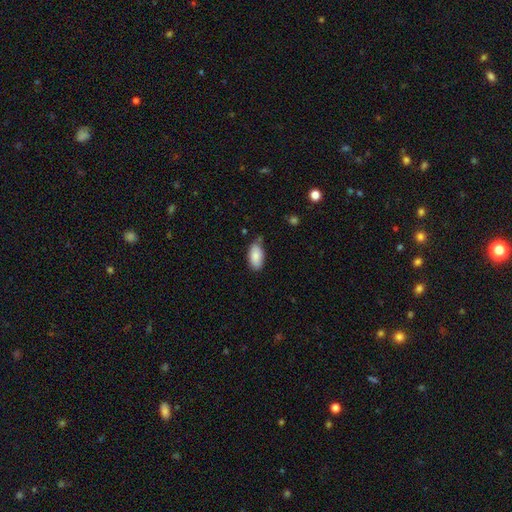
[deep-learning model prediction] smooth 87%, featured or disk 7%, star or artifact 7%. Down the decision tree: how rounded — in between (94%); merging — none (72%).